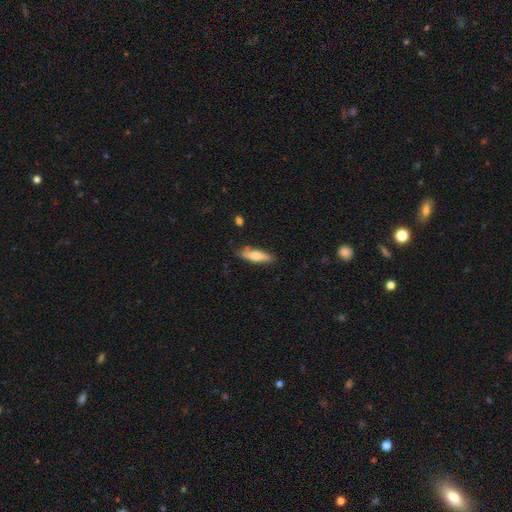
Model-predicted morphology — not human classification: Q: Smooth or featured?
A: smooth (67%); runner-up: featured or disk (27%)
Q: How rounded?
A: cigar-shaped (66%); runner-up: in between (32%)
Q: Merging?
A: none (80%); runner-up: minor disturbance (15%)